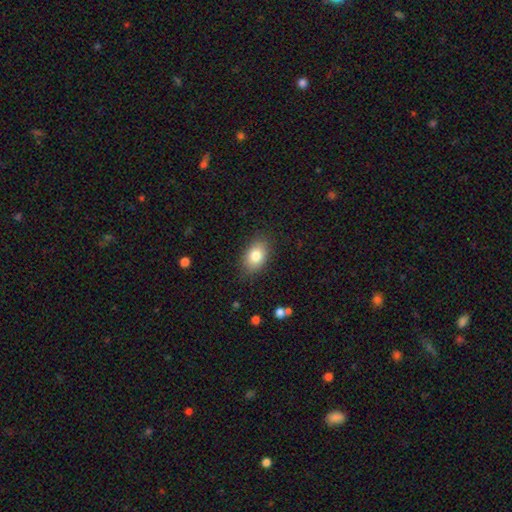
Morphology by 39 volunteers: Smooth or featured? smooth (92%)
How rounded? in between (94%)
Merging? none (87%)